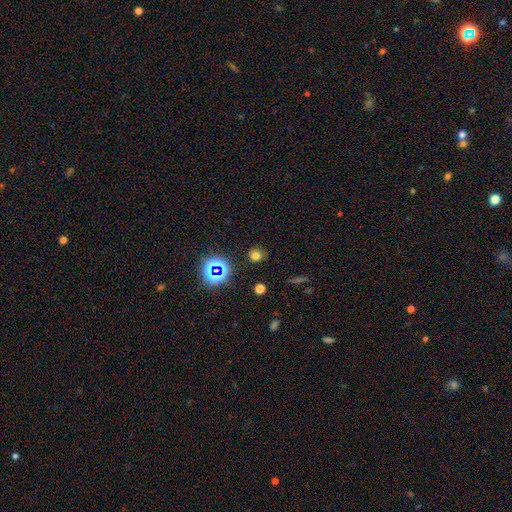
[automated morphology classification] The model was most divided on "smooth or featured": smooth: 68%, star or artifact: 25%, featured or disk: 7%. More confident: merging — none (80%); how rounded — round (78%).